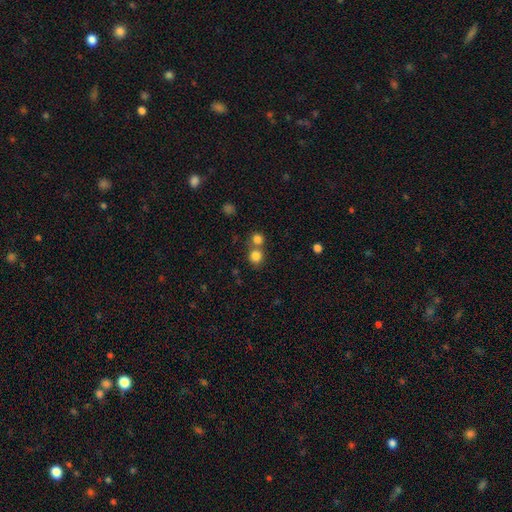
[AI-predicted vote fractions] A smooth galaxy with no disk features (82%) that is round (88%).

Vote fractions:
- Smooth or featured? smooth: 82% / star or artifact: 12% / featured or disk: 6%
- How rounded? round: 88% / in between: 11% / cigar-shaped: 1%
- Merging? none: 55% / merger: 36% / minor disturbance: 7% / major disturbance: 3%